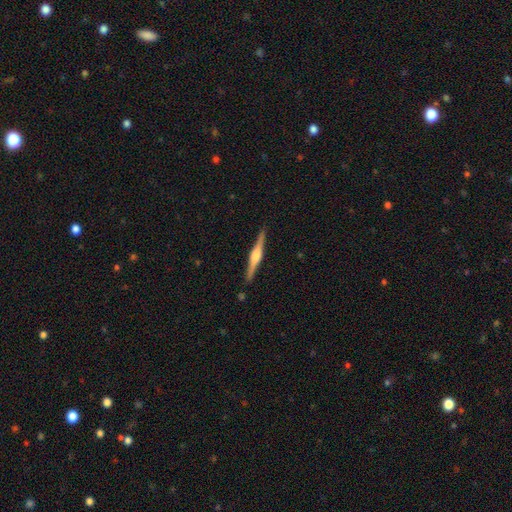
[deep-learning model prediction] This is likely a featured or disk galaxy (80%). It is clearly viewed edge-on (98%). Edge-on bulge: likely rounded (78%). Merging: clearly none (91%).